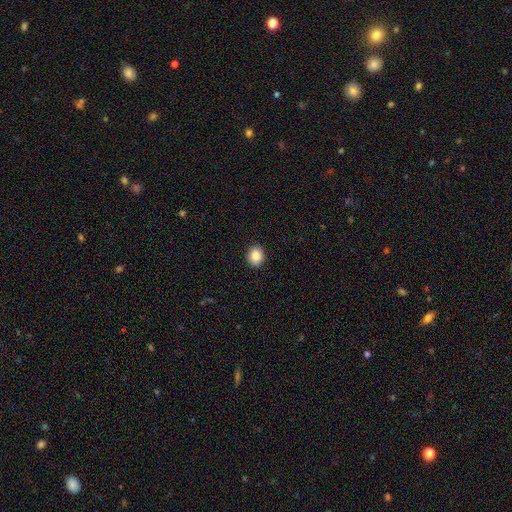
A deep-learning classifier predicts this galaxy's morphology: The model was most divided on "how rounded": round: 66%, in between: 33%, cigar-shaped: 1%. More confident: merging — none (91%); smooth or featured — smooth (86%).